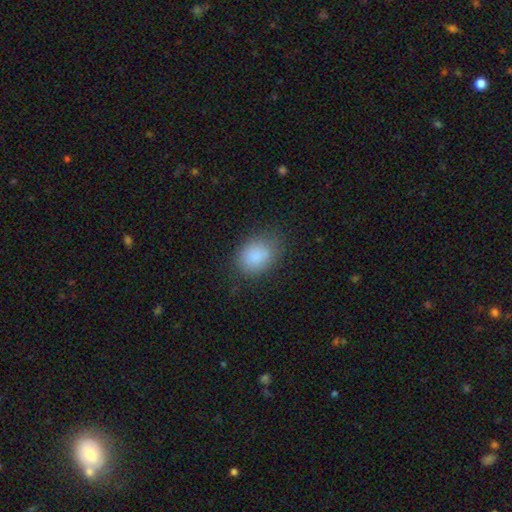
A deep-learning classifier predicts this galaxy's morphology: This is clearly a smooth galaxy (86%). How rounded: likely in between (66%). Merging: likely none (76%).